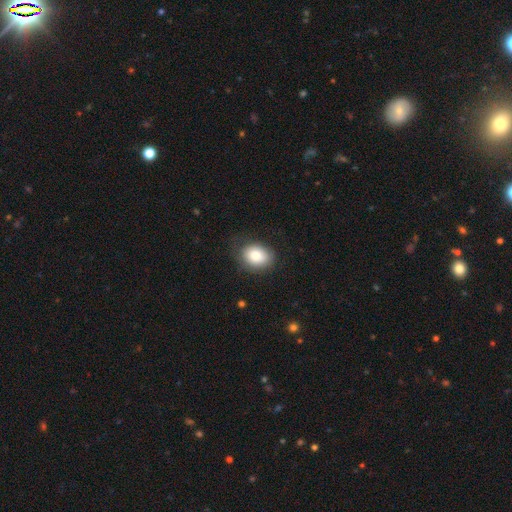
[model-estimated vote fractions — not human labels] smooth-or-featured: smooth: 82% | featured or disk: 10% | star or artifact: 8%
  how-rounded: in between: 62% | round: 38% | cigar-shaped: 1%
  merging: none: 77% | minor disturbance: 17% | major disturbance: 5% | merger: 1%